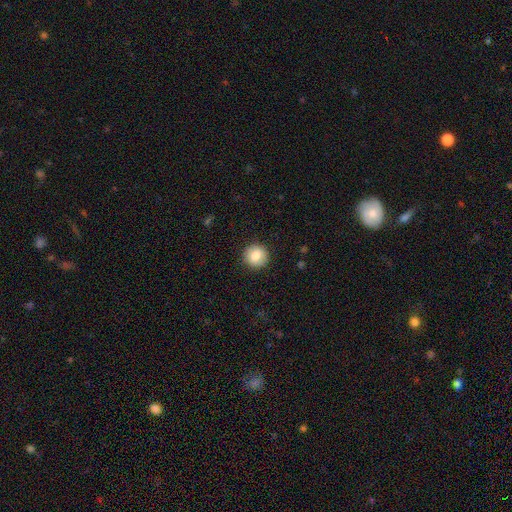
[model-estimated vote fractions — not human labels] smooth-or-featured: smooth: 85% | star or artifact: 8% | featured or disk: 7%
  how-rounded: round: 94% | in between: 5% | cigar-shaped: 1%
  merging: none: 91% | minor disturbance: 6% | major disturbance: 2% | merger: 1%